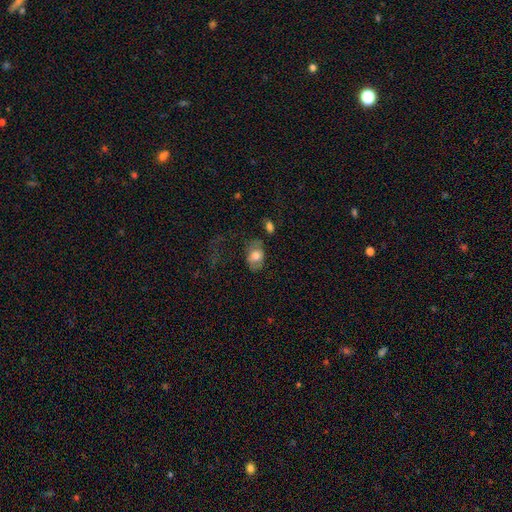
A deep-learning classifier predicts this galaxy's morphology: The model was most divided on "merging": none: 58%, minor disturbance: 22%, major disturbance: 14%, merger: 6%. More confident: how rounded — in between (82%); smooth or featured — smooth (68%).